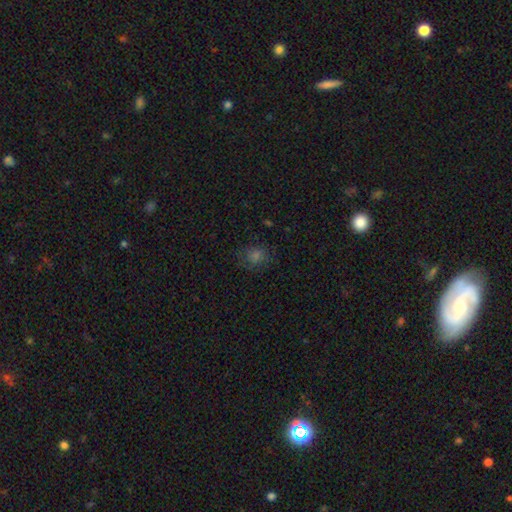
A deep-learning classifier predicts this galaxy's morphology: Smooth or featured? Predicted: smooth (p=0.64). How rounded? Predicted: round (p=0.70). Merging? Predicted: none (p=0.78).